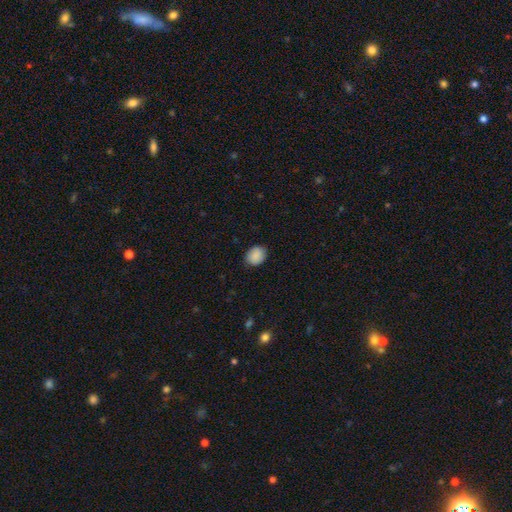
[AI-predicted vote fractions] Smooth or featured? smooth (87%)
How rounded? round (56%)
Merging? none (84%)